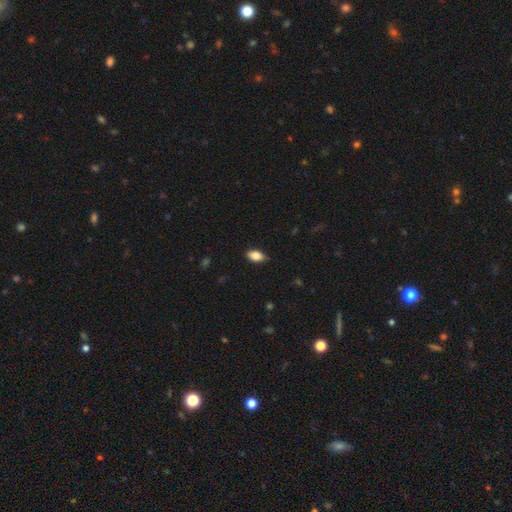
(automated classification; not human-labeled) This appears to be a smooth galaxy with no disk features (83%) that is in between round and cigar-shaped (90%). Merging: none (84%).